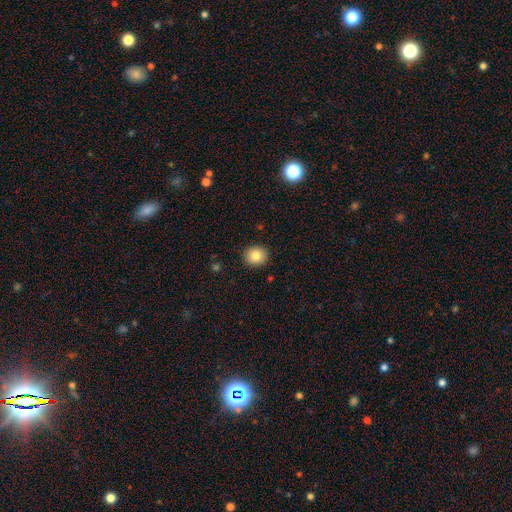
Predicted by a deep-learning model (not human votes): Morphology: type=smooth (82%); roundness=round (83%); merging=none (91%).